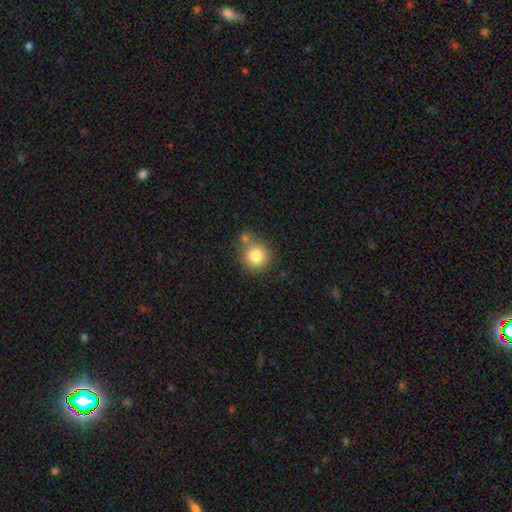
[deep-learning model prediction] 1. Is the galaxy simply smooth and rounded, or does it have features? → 81% smooth, 10% star or artifact, 9% featured or disk.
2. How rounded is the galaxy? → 90% round, 9% in between, 1% cigar-shaped.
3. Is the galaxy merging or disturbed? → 61% none, 22% merger, 13% minor disturbance, 4% major disturbance.